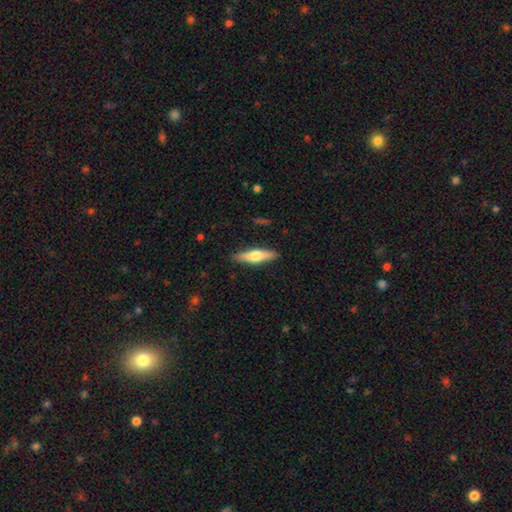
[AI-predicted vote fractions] The model was most divided on "smooth or featured": smooth: 53%, featured or disk: 41%, star or artifact: 6%. More confident: merging — none (89%); how rounded — cigar-shaped (70%).